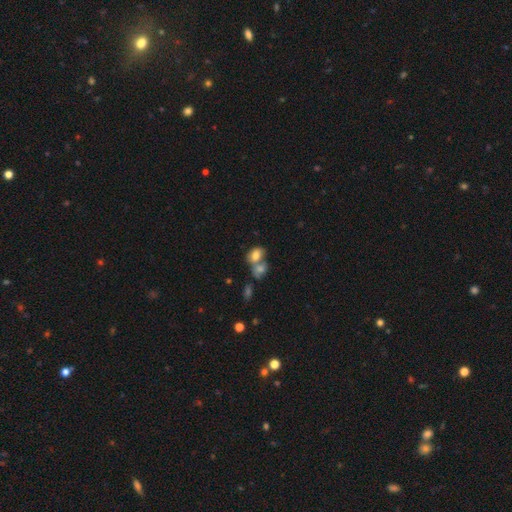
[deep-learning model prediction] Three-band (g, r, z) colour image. It shows a smooth galaxy with no disk features (75%) that is in between round and cigar-shaped (74%). Merging: merger (57%).